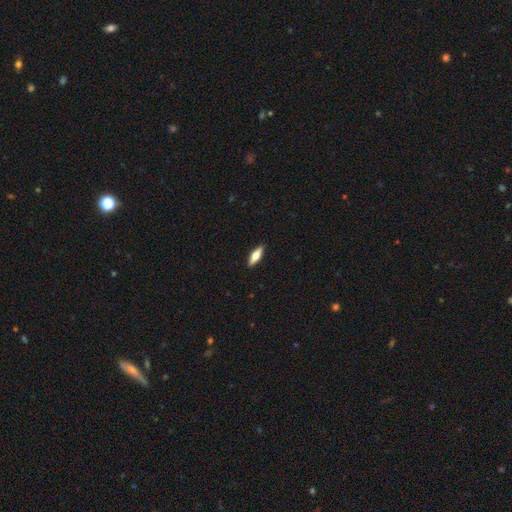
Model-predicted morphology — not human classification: Overall: smooth (57%; featured or disk 37%). How rounded: in between (52%; cigar-shaped 45%). Merging: none (90%).